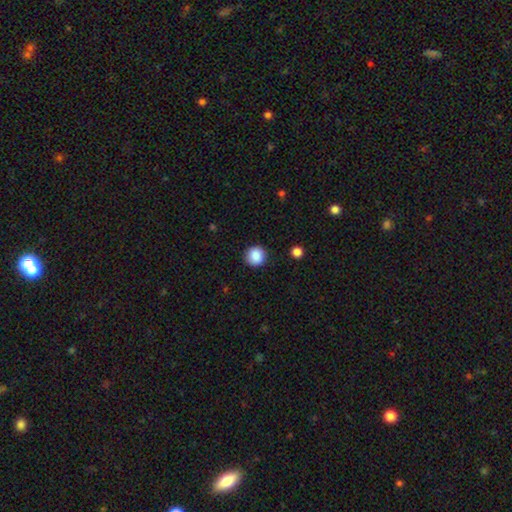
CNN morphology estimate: Overall: smooth (88%). How rounded: round (94%). Merging: none (90%).